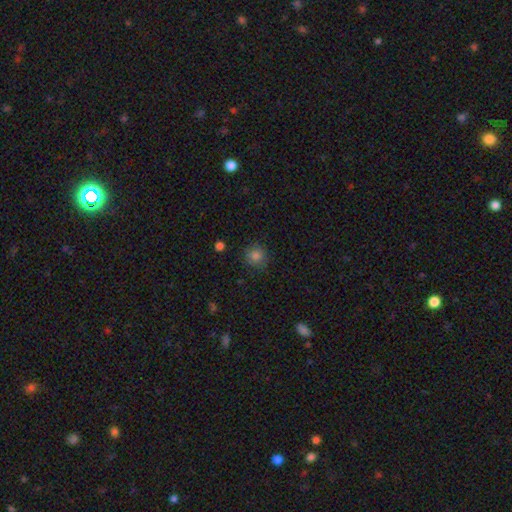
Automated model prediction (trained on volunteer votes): A smooth galaxy with no disk features (83%) that is round (91%).

Vote fractions:
- Smooth or featured? smooth: 83% / star or artifact: 12% / featured or disk: 5%
- How rounded? round: 91% / in between: 8% / cigar-shaped: 1%
- Merging? none: 86% / minor disturbance: 10% / major disturbance: 3% / merger: 1%